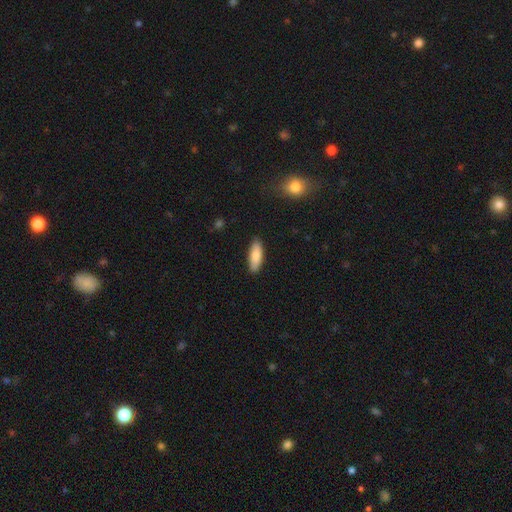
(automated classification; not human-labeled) This is clearly a smooth galaxy (84%). How rounded: likely in between (67%). Merging: clearly none (88%).